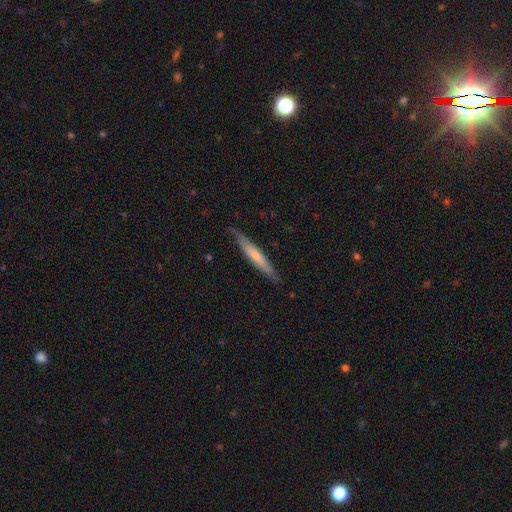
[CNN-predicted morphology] This appears to be a smooth galaxy with no disk features (53%) that is cigar-shaped (94%). Merging: none (85%).